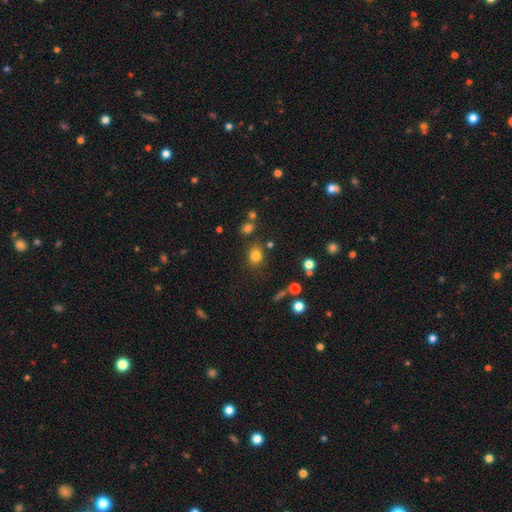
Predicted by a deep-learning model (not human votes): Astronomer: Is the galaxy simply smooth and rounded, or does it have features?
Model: smooth — 80%.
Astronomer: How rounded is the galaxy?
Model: round — 50% (runner-up: in between, 49%).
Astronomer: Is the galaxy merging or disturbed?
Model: none — 79%.